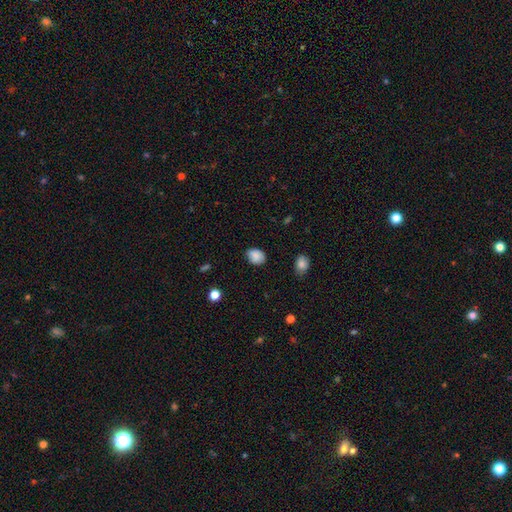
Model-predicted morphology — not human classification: This appears to be a smooth galaxy with no disk features (84%) that is in between round and cigar-shaped (60%). Merging: none (75%).